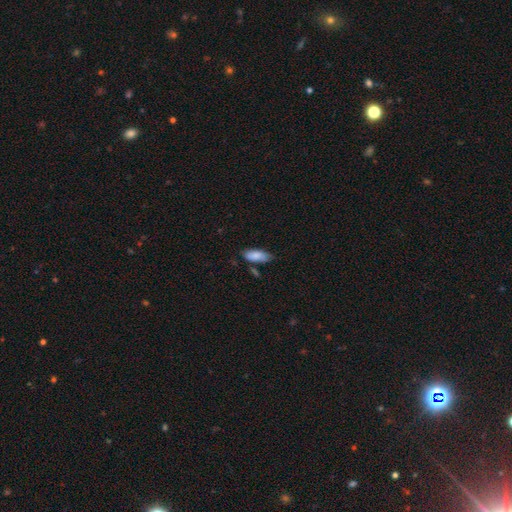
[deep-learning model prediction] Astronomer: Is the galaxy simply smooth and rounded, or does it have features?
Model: smooth — 84%.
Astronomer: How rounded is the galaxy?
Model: in between — 79%.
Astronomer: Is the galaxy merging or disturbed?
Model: none — 69%.